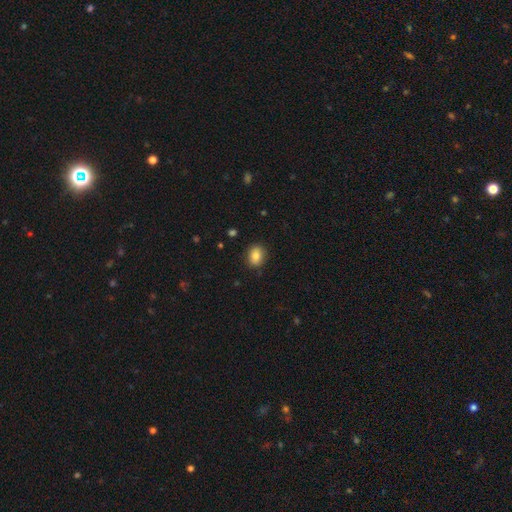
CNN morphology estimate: Q: Smooth or featured?
A: smooth (83%); runner-up: star or artifact (9%)
Q: How rounded?
A: in between (53%); runner-up: round (46%)
Q: Merging?
A: none (87%); runner-up: minor disturbance (10%)